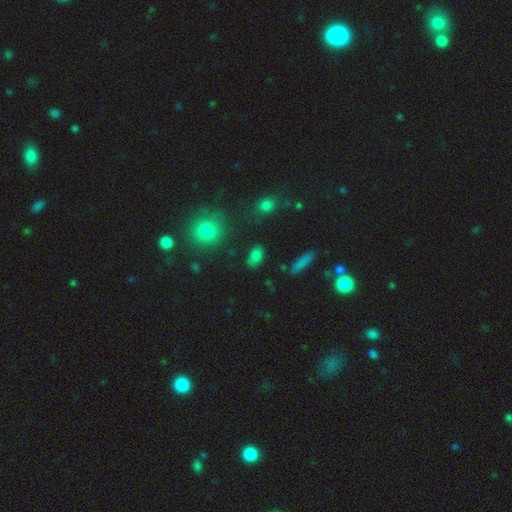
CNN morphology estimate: A smooth galaxy with no disk features (80%) that is in between round and cigar-shaped (86%).

Vote fractions:
- Smooth or featured? smooth: 80% / star or artifact: 12% / featured or disk: 8%
- How rounded? in between: 86% / round: 10% / cigar-shaped: 4%
- Merging? none: 83% / minor disturbance: 11% / major disturbance: 3% / merger: 3%